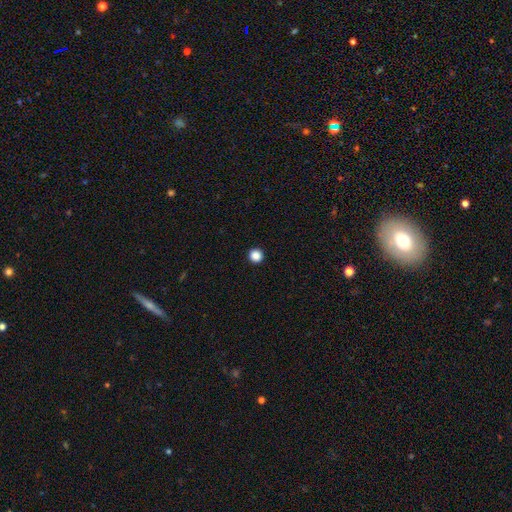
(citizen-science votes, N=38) Smooth or featured?
  - smooth: 84% *
  - featured or disk: 8%
  - star or artifact: 8%
How rounded?
  - round: 94% *
  - in between: 6%
  - cigar-shaped: 0%
Merging?
  - none: 97% *
  - major disturbance: 3%
  - minor disturbance: 0%
  - merger: 0%